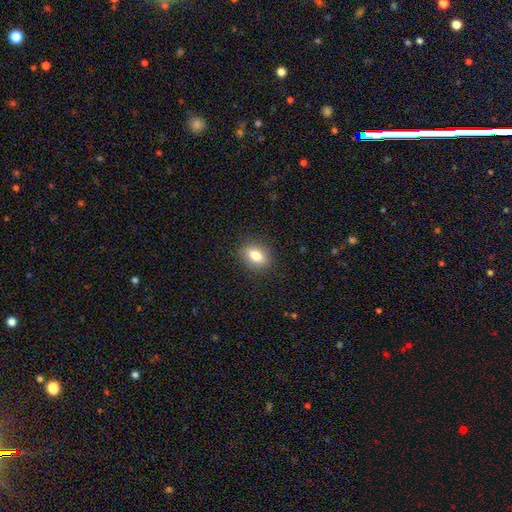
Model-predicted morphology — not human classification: Q: Smooth or featured?
A: smooth (80%); runner-up: featured or disk (12%)
Q: How rounded?
A: in between (77%); runner-up: round (20%)
Q: Merging?
A: none (87%); runner-up: minor disturbance (9%)